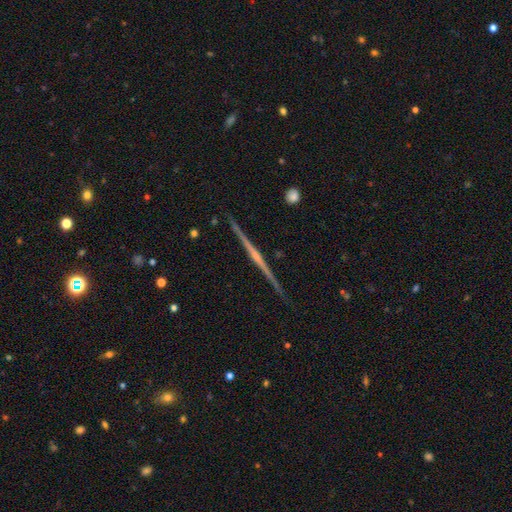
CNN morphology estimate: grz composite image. It shows a featured or disk galaxy (84%) viewed edge-on (99%) with a rounded central bulge (52%). Merging: none (92%).